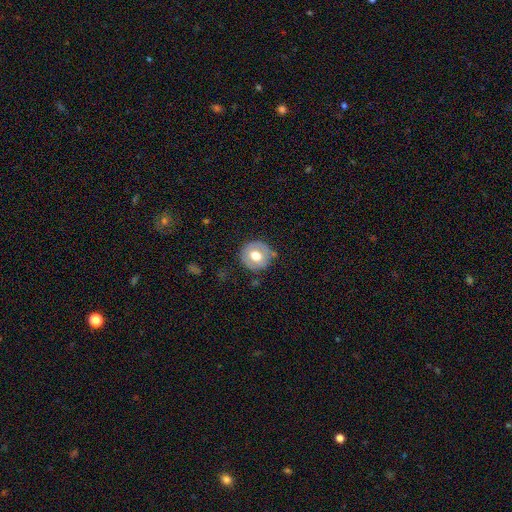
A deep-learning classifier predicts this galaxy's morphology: The model was most divided on "smooth or featured": smooth: 62%, featured or disk: 30%, star or artifact: 8%. More confident: how rounded — round (90%); merging — none (81%).